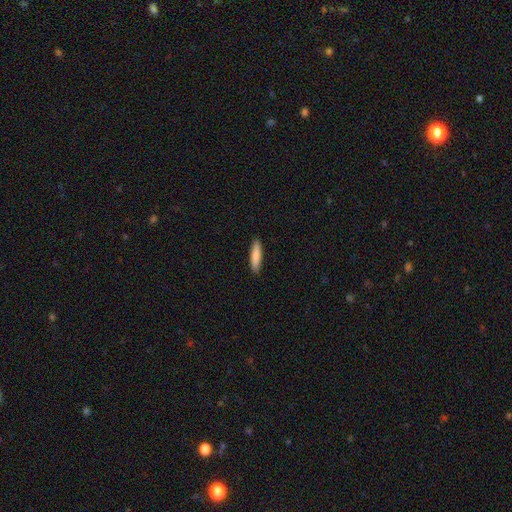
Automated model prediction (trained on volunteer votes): This is clearly a smooth galaxy (84%). How rounded: clearly cigar-shaped (80%). Merging: clearly none (90%).